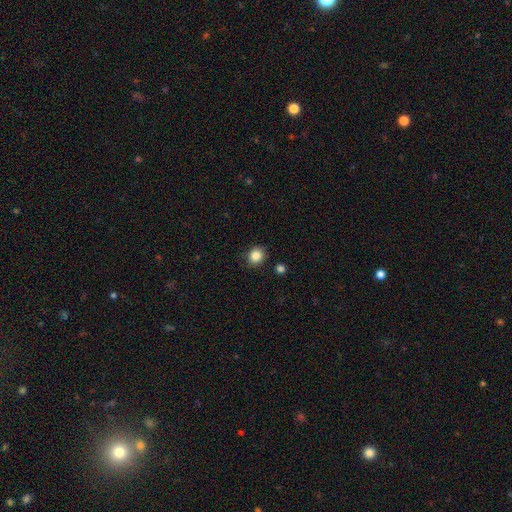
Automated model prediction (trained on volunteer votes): A smooth galaxy with no disk features (86%) that is round (81%).

Vote fractions:
- Smooth or featured? smooth: 86% / star or artifact: 10% / featured or disk: 4%
- How rounded? round: 81% / in between: 18% / cigar-shaped: 1%
- Merging? none: 85% / minor disturbance: 10% / major disturbance: 3% / merger: 2%